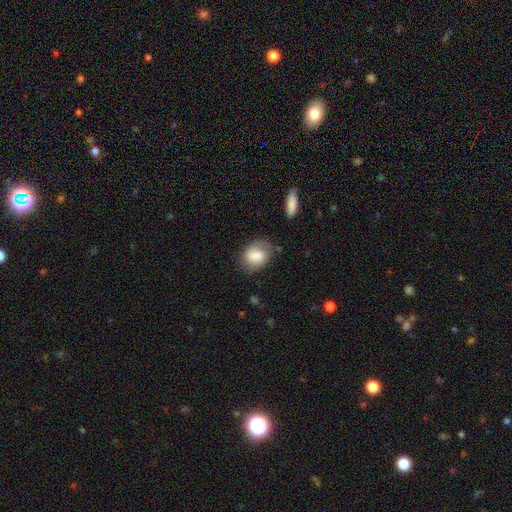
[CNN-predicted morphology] Overall: smooth (79%). How rounded: in between (61%; round 38%). Merging: none (67%).